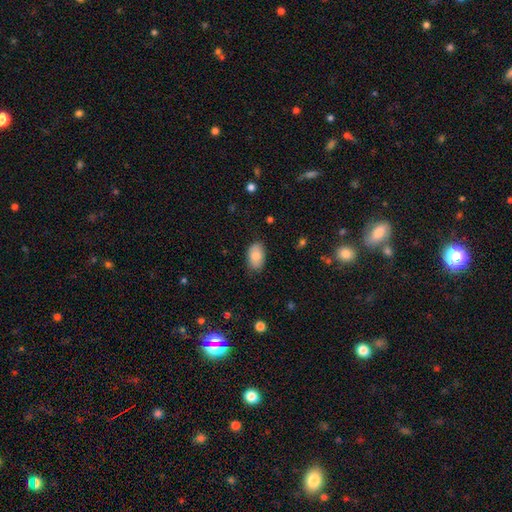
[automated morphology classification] Overall: smooth (83%). How rounded: in between (92%). Merging: none (79%).